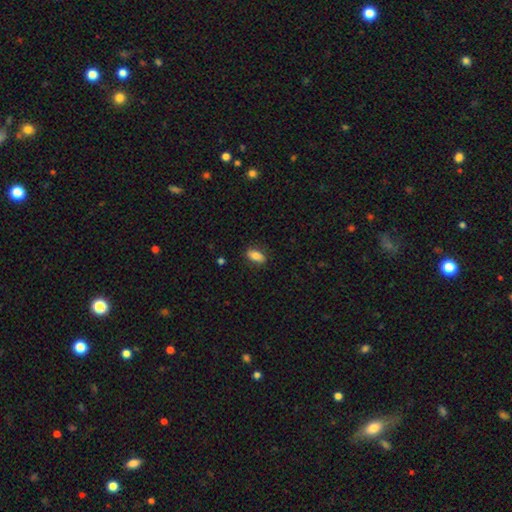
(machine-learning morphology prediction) Smooth or featured: smooth — 81% (featured or disk — 11%)
How rounded: in between — 87% (cigar-shaped — 8%)
Merging: none — 86% (minor disturbance — 10%)